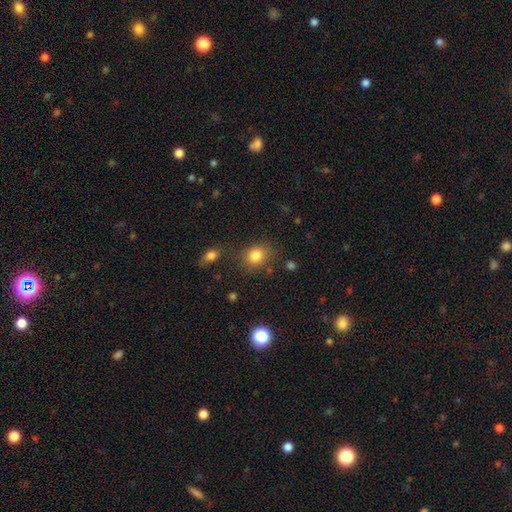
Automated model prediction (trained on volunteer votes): Smooth or featured? Predicted: smooth (p=0.82). How rounded? Predicted: round (p=0.61). Merging? Predicted: none (p=0.73).